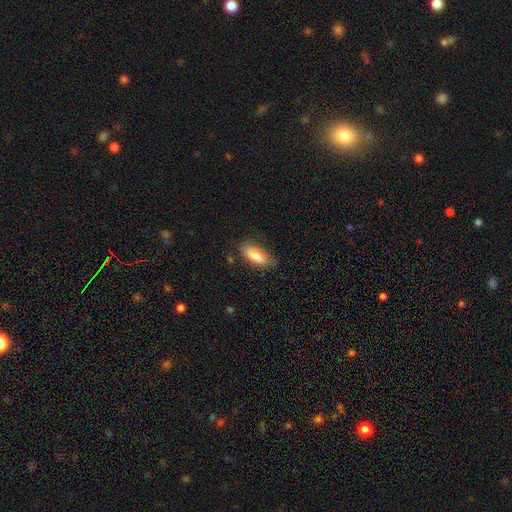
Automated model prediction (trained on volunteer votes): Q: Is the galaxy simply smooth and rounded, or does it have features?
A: smooth — 77%.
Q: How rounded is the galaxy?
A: in between — 73%.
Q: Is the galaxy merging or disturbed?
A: none — 74%.